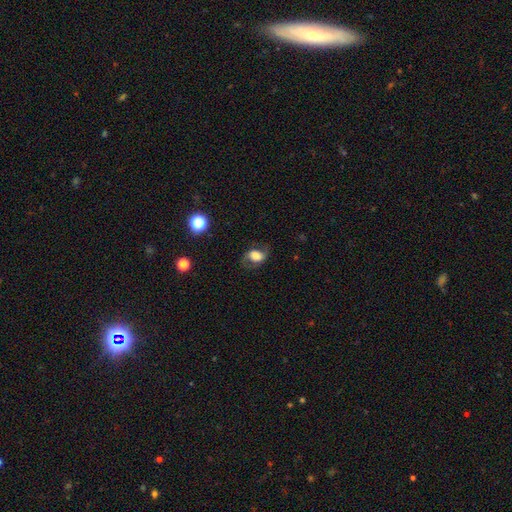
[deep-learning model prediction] smooth-or-featured: featured or disk: 45% (tied) | smooth: 45% (tied) | star or artifact: 10%
  merging: none: 68% | minor disturbance: 19% | major disturbance: 12% | merger: 1%